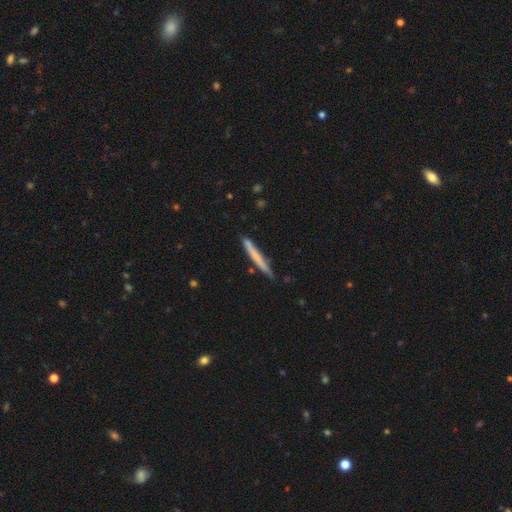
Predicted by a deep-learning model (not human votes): A smooth galaxy with no disk features (64%) that is cigar-shaped (97%).

Vote fractions:
- Smooth or featured? smooth: 64% / featured or disk: 31% / star or artifact: 5%
- How rounded? cigar-shaped: 97% / in between: 2% / round: 1%
- Merging? none: 85% / minor disturbance: 11% / merger: 2% / major disturbance: 2%